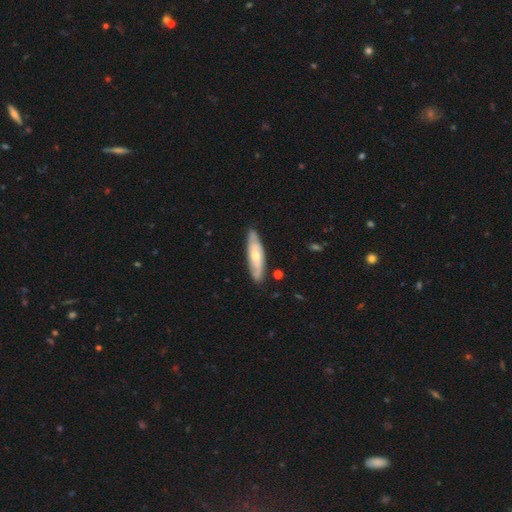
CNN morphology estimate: Smooth or featured: featured or disk — 56% (smooth — 39%)
Edge-on disk: no — 66% (yes — 34%)
Merging: none — 80% (minor disturbance — 15%)